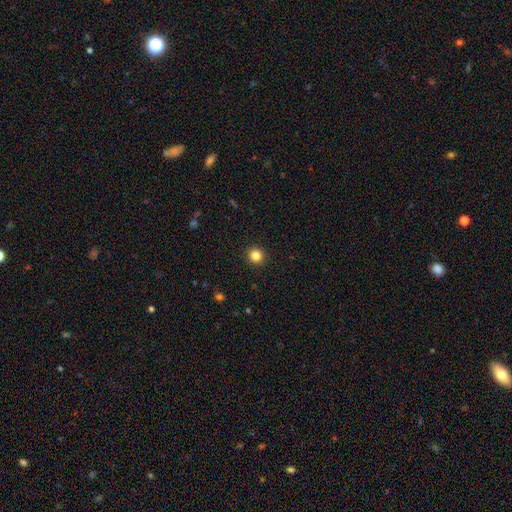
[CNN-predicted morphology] A smooth galaxy with no disk features (84%) that is round (94%). Merging: none (93%).